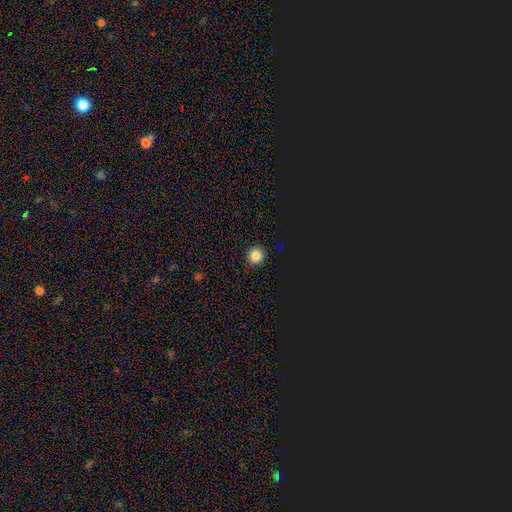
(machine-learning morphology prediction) smooth 80%, star or artifact 16%, featured or disk 4%. Down the decision tree: how rounded — round (93%); merging — none (91%).